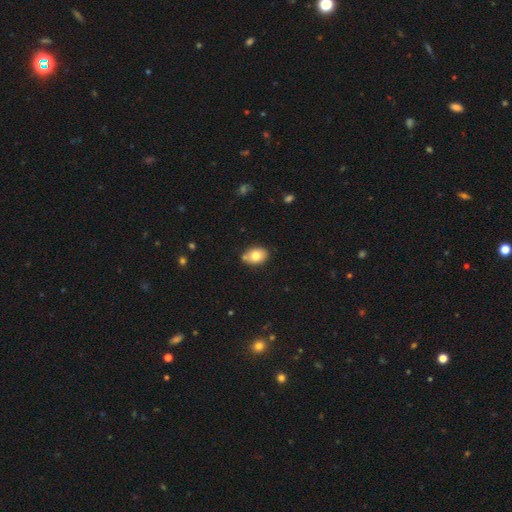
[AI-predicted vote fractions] smooth-or-featured: smooth: 77% | featured or disk: 15% | star or artifact: 8%
  how-rounded: in between: 80% | round: 19% | cigar-shaped: 1%
  merging: none: 74% | minor disturbance: 17% | merger: 7% | major disturbance: 3%